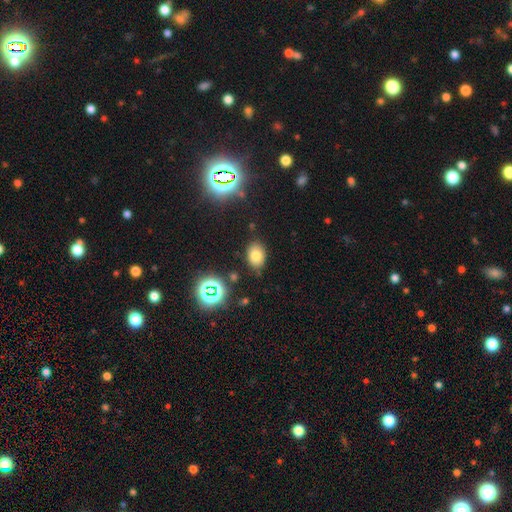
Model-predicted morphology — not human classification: Q: Smooth or featured?
A: smooth (73%); runner-up: star or artifact (17%)
Q: How rounded?
A: in between (72%); runner-up: round (27%)
Q: Merging?
A: none (81%); runner-up: minor disturbance (13%)